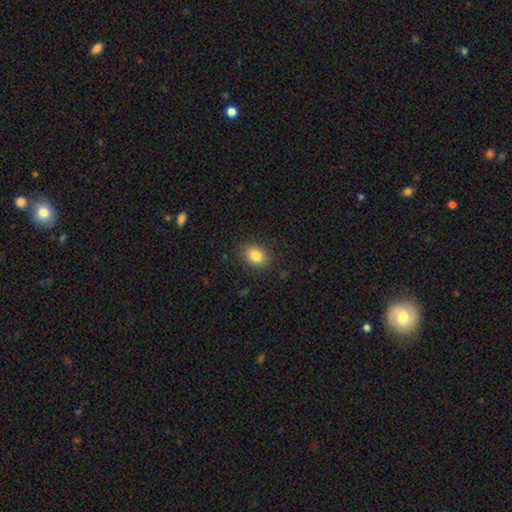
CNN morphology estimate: This appears to be a smooth galaxy with no disk features (84%) that is in between round and cigar-shaped (66%). Merging: none (88%).